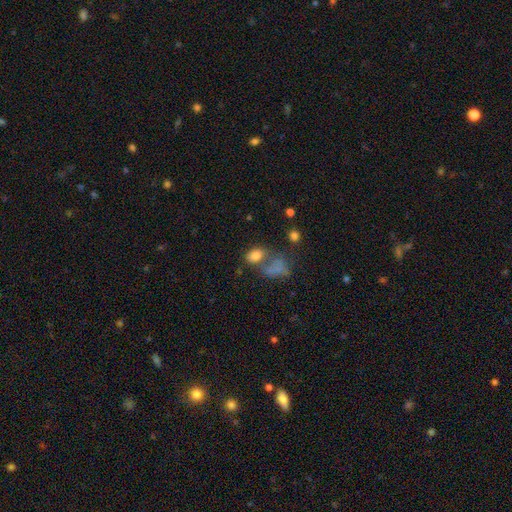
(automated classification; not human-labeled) Smooth or featured?
  - smooth: 77% *
  - star or artifact: 13%
  - featured or disk: 10%
How rounded?
  - in between: 80% *
  - round: 19%
  - cigar-shaped: 2%
Merging?
  - none: 44% *
  - merger: 31%
  - minor disturbance: 14%
  - major disturbance: 11%